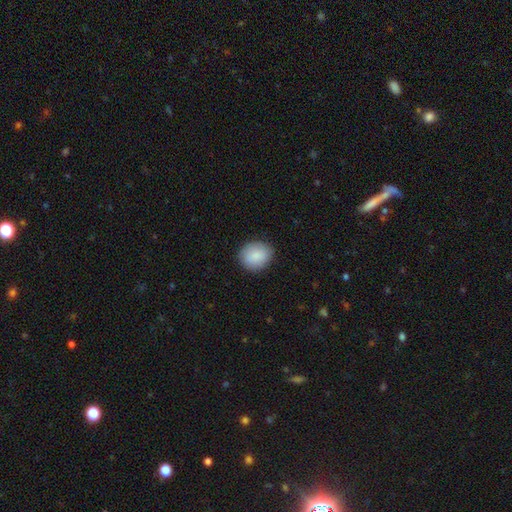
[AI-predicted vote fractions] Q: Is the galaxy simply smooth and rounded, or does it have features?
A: smooth — 88%.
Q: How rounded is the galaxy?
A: round — 65%.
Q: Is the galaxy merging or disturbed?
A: none — 86%.